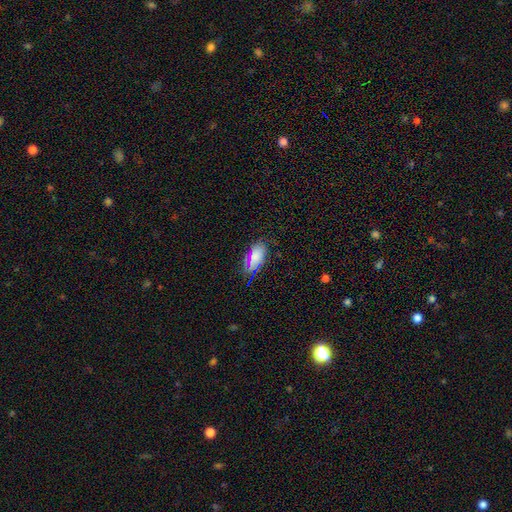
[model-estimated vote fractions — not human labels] Overall: smooth (74%). How rounded: in between (92%). Merging: none (78%).